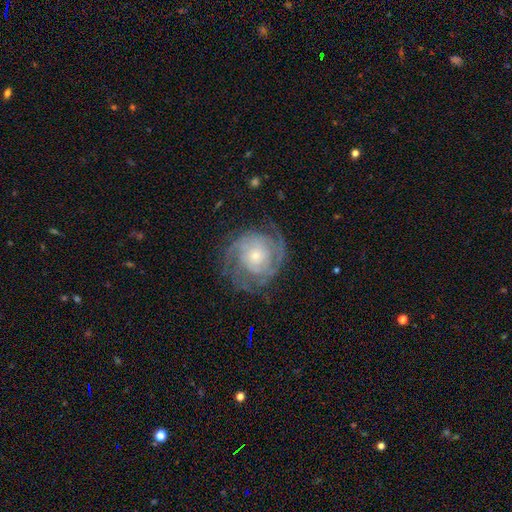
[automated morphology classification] Smooth or featured: featured or disk — 85% (smooth — 10%)
Edge-on disk: no — 98% (yes — 2%)
Bar: no — 76% (weak — 20%)
Spiral arms: yes — 94% (no — 6%)
Spiral winding: tight — 62% (medium — 30%)
Spiral arm count: 2 — 32% (can't tell — 26%)
Bulge size: small — 67% (moderate — 26%)
Merging: none — 72% (minor disturbance — 16%)